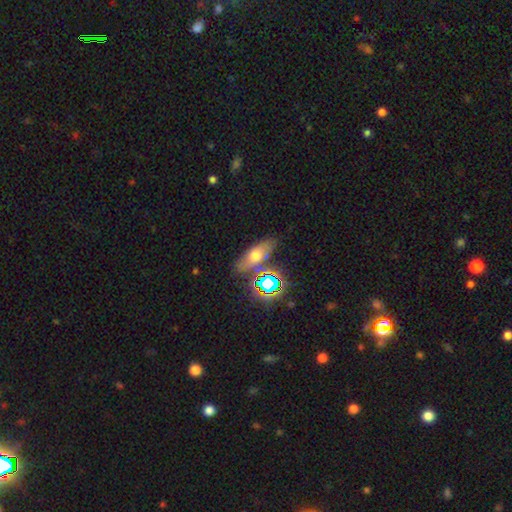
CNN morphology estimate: type=smooth (52%); roundness=in between (69%); merging=none (71%).